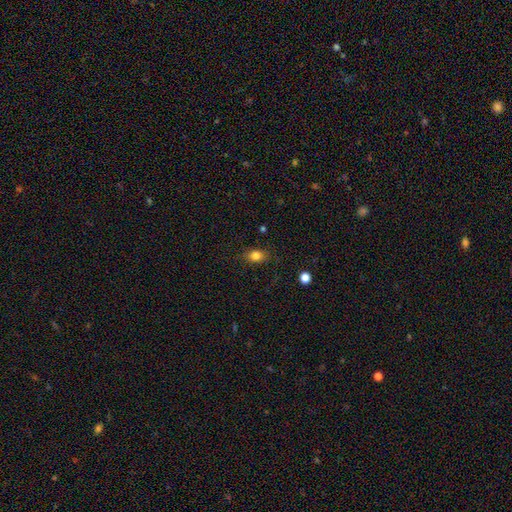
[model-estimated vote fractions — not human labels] Smooth or featured? smooth (82%)
How rounded? in between (69%)
Merging? none (82%)